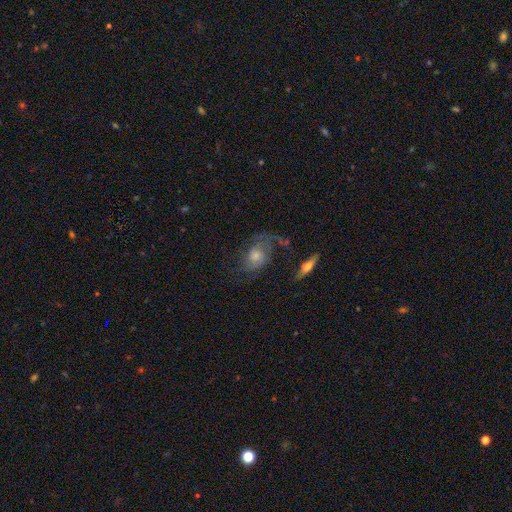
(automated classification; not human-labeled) Overall: featured or disk (70%). Edge-on disk: no (93%). Bar: no (74%). Spiral arms: yes (88%). Spiral arm count: 2 (62%). Spiral winding: medium (42%; loose 35%). Bulge size: moderate (51%; small 26%). Merging: none (55%; major disturbance 22%).